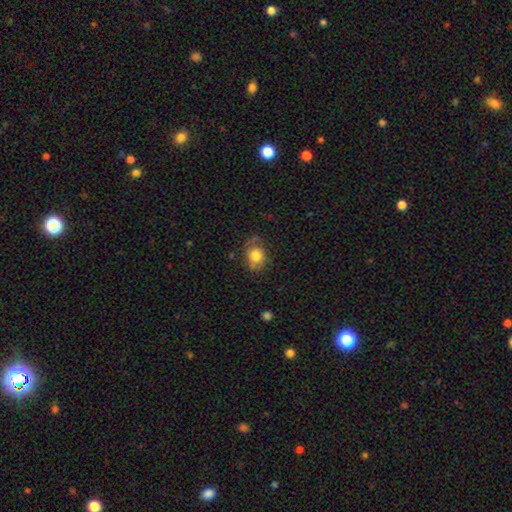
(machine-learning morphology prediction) type=smooth (76%); roundness=round (52%); merging=none (67%).